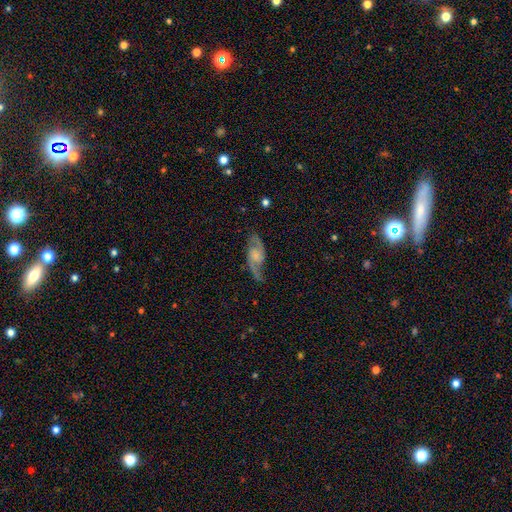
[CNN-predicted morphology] Smooth or featured?
  - featured or disk: 83% *
  - smooth: 11%
  - star or artifact: 6%
Edge-on disk?
  - no: 94% *
  - yes: 6%
Bar?
  - no: 50% *
  - weak: 41%
  - strong: 9%
Spiral arms?
  - yes: 96% *
  - no: 4%
Spiral winding?
  - medium: 44% *
  - loose: 43%
  - tight: 12%
Spiral arm count?
  - 2: 92% *
  - can't tell: 3%
  - 1: 2%
  - 3: 1%
  - 4: 1%
  - more than 4: 1%
Bulge size?
  - small: 33% *
  - none: 31%
  - moderate: 27%
  - large: 8%
  - dominant: 2%
Merging?
  - none: 73% *
  - minor disturbance: 17%
  - major disturbance: 8%
  - merger: 2%